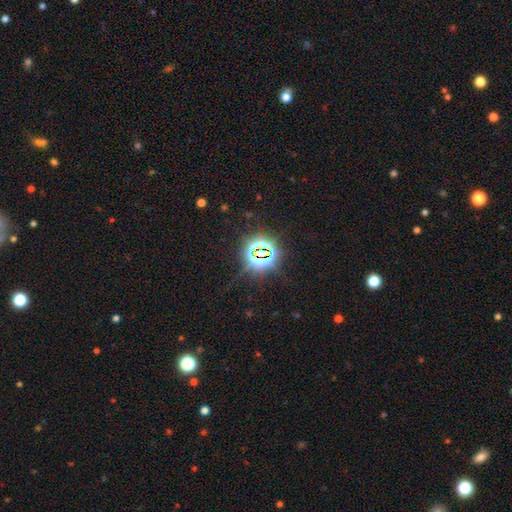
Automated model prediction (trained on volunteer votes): A star or artifact, not a galaxy (81%).

Vote fractions:
- Smooth or featured? star or artifact: 81% / smooth: 11% / featured or disk: 7%